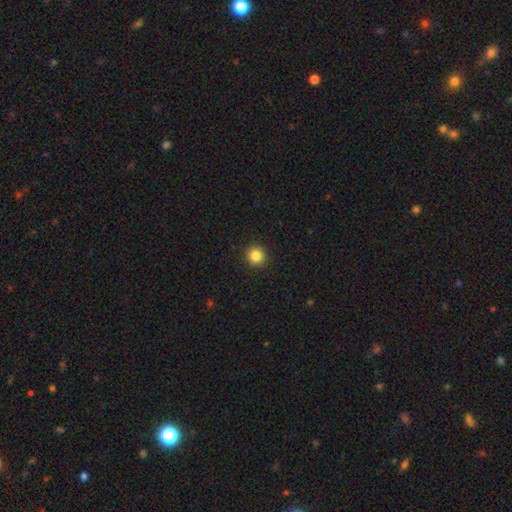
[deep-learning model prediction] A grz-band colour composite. It shows a smooth galaxy with no disk features (85%) that is round (94%). Merging: none (93%).